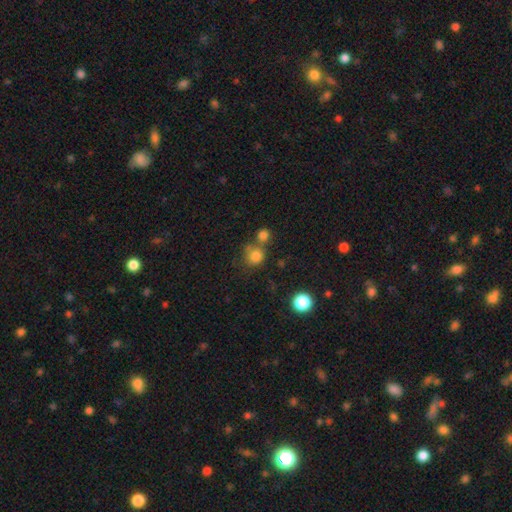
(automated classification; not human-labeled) Smooth or featured? smooth (79%)
How rounded? round (85%)
Merging? none (52%)